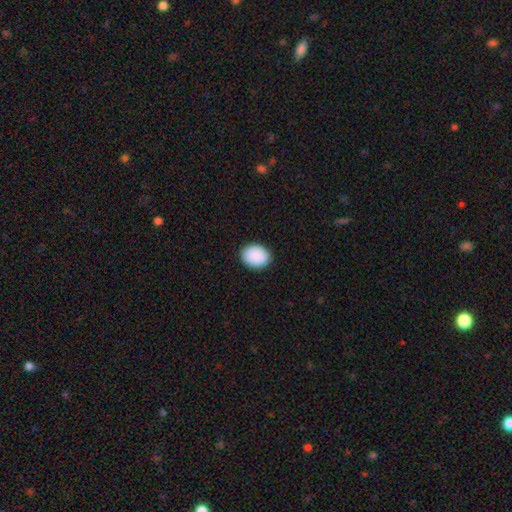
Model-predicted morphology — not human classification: Smooth or featured: smooth — 91% (star or artifact — 7%)
How rounded: in between — 57% (round — 42%)
Merging: none — 90% (minor disturbance — 8%)